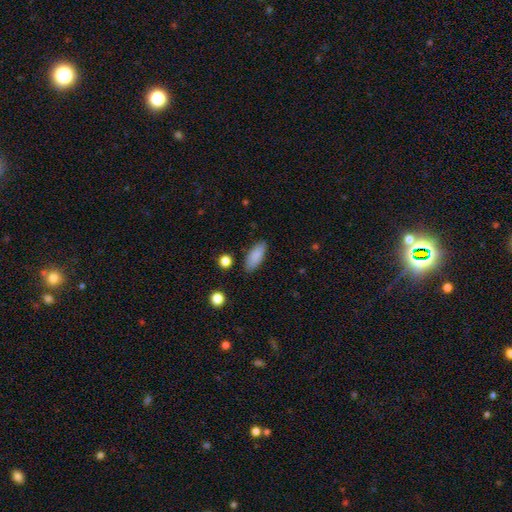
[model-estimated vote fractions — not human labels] This appears to be a smooth galaxy with no disk features (87%) that is in between round and cigar-shaped (80%). Merging: none (85%).